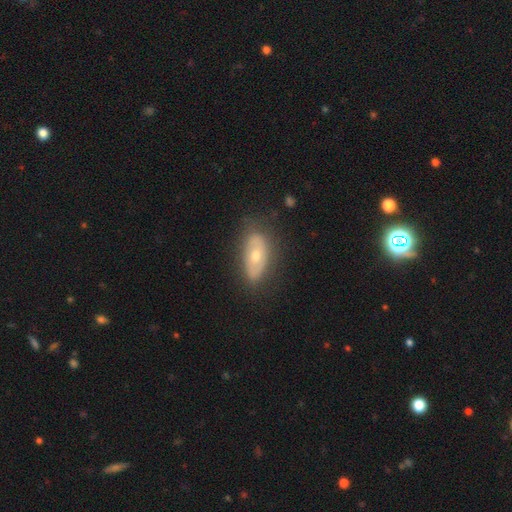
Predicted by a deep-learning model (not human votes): Morphology: type=featured or disk (50%); merging=none (74%).